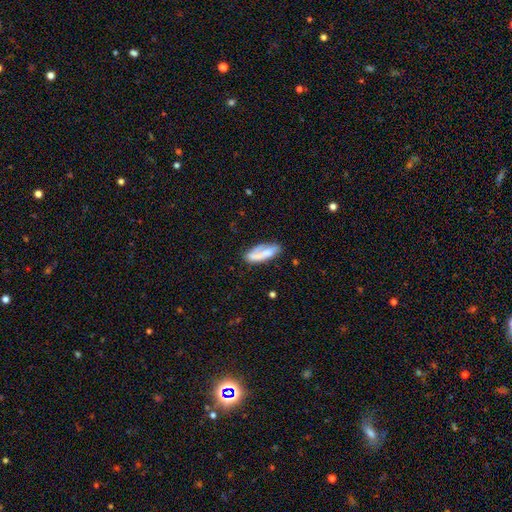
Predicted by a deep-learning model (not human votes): Overall: smooth (50%; featured or disk 44%). Merging: none (51%; minor disturbance 25%).